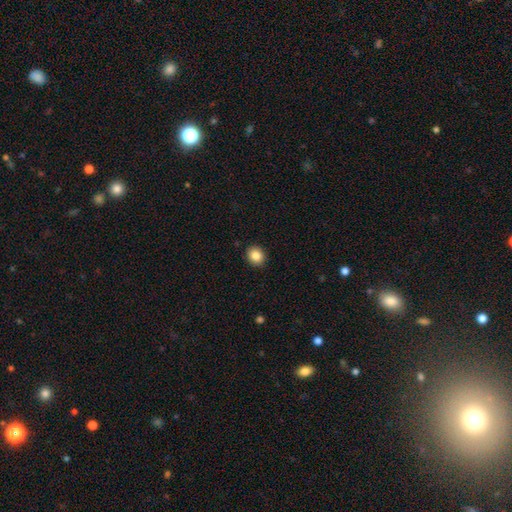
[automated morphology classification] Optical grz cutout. It shows a smooth galaxy with no disk features (85%) that is round (70%). Merging: none (91%).